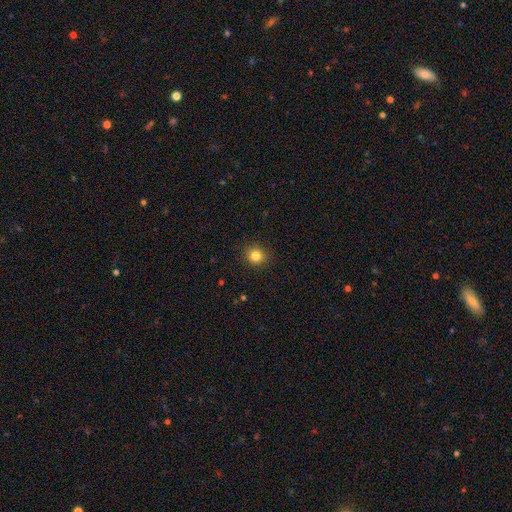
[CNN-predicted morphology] smooth_or_featured: smooth (p=0.83) [alt: star or artifact p=0.12]
how_rounded: round (p=0.89) [alt: in between p=0.10]
merging: none (p=0.90) [alt: minor disturbance p=0.07]